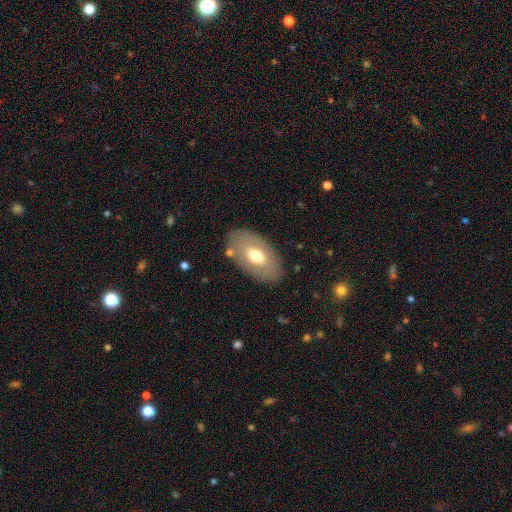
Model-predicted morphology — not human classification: This is possibly a smooth galaxy (57%). How rounded: clearly in between (92%). Merging: clearly none (80%).